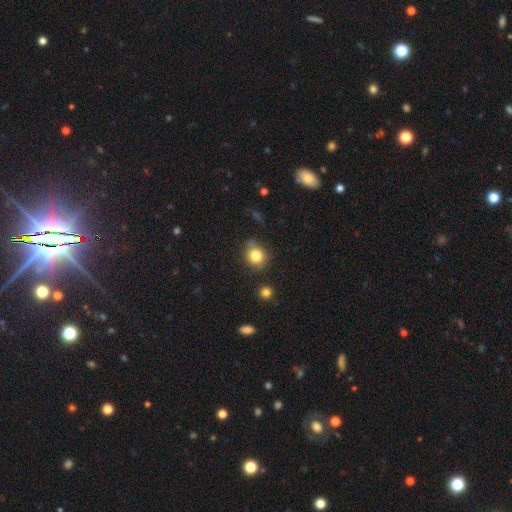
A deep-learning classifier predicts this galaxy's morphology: Smooth or featured?
  - smooth: 82% *
  - star or artifact: 10%
  - featured or disk: 7%
How rounded?
  - round: 76% *
  - in between: 23%
  - cigar-shaped: 1%
Merging?
  - none: 73% *
  - minor disturbance: 19%
  - major disturbance: 4%
  - merger: 4%